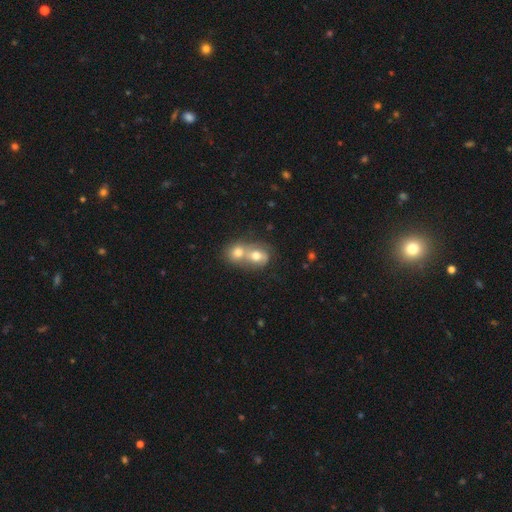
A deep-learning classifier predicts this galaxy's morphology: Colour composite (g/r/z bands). It shows a smooth galaxy with no disk features (64%) that is round (62%). Merging: merger (76%).